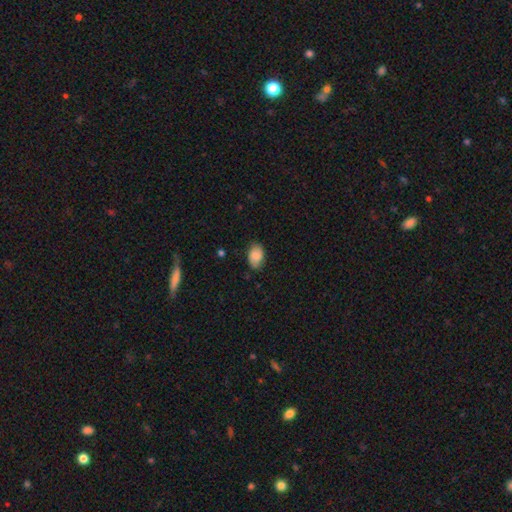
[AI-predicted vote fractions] Morphology: type=smooth (82%); roundness=in between (88%); merging=none (73%).